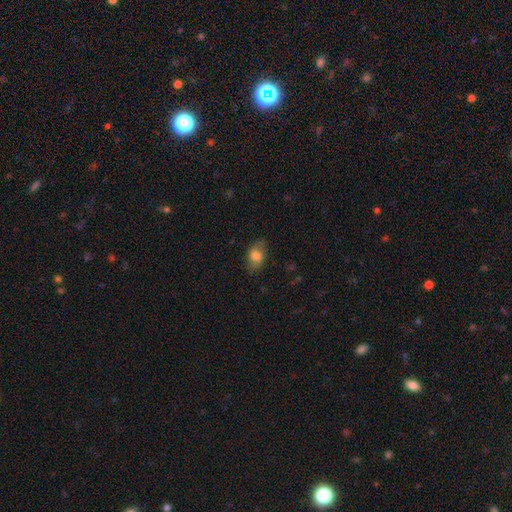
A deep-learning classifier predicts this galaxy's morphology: smooth-or-featured: smooth: 73% | featured or disk: 18% | star or artifact: 9%
  how-rounded: in between: 81% | round: 17% | cigar-shaped: 2%
  merging: none: 70% | minor disturbance: 21% | major disturbance: 7% | merger: 1%